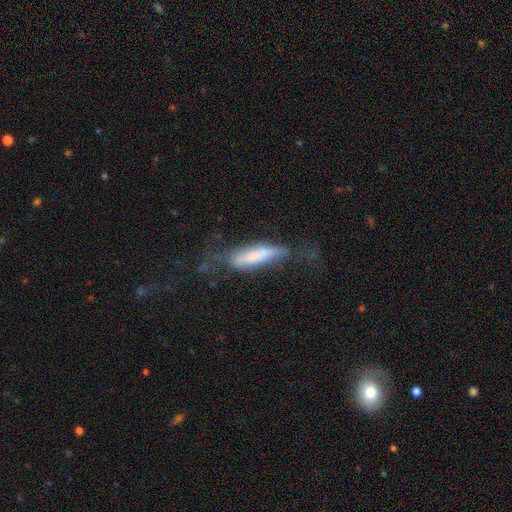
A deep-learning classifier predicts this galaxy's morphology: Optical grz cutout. It shows a smooth galaxy with no disk features (59%) that is cigar-shaped (70%). Merging: none (40%).